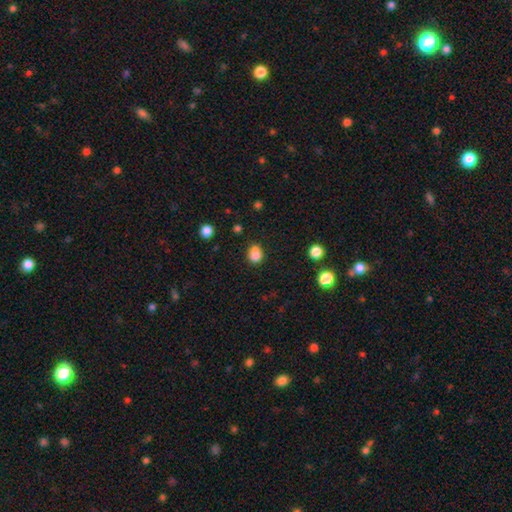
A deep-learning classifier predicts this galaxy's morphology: Smooth or featured: smooth — 82% (star or artifact — 12%)
How rounded: in between — 51% (round — 48%)
Merging: none — 55% (minor disturbance — 25%)